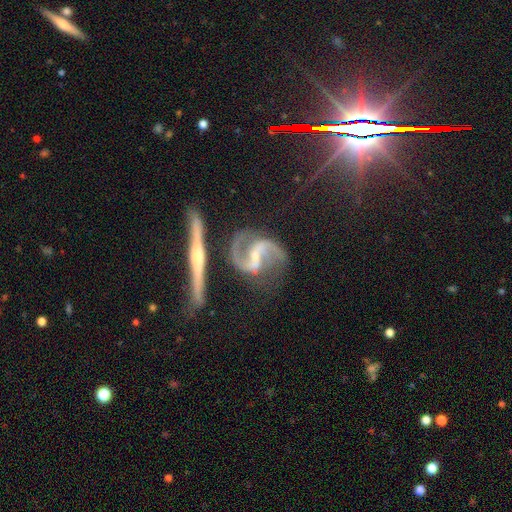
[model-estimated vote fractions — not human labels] A featured or disk galaxy (91%) with a weak bar (43%), 2 (93%) medium (49%) spiral arms (98%) and a small central bulge (60%).

Vote fractions:
- Smooth or featured? featured or disk: 91% / star or artifact: 5% / smooth: 4%
- Edge-on disk? no: 95% / yes: 5%
- Bar? weak: 43% / strong: 34% / no: 23%
- Spiral arms? yes: 98% / no: 2%
- Spiral winding? medium: 49% / loose: 40% / tight: 11%
- Spiral arm count? 2: 93% / can't tell: 2% / 3: 2% / 1: 1% / 4: 1% / more than 4: 1%
- Bulge size? small: 60% / moderate: 29% / none: 8% / large: 2% / dominant: 1%
- Merging? none: 66% / minor disturbance: 16% / major disturbance: 9% / merger: 8%